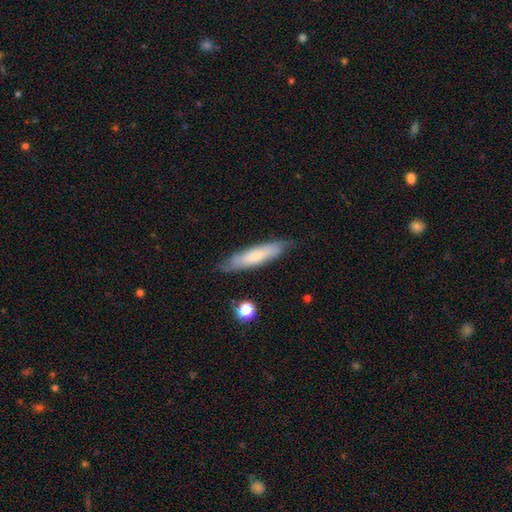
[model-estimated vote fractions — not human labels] A smooth galaxy with no disk features (62%) that is cigar-shaped (75%).

Vote fractions:
- Smooth or featured? smooth: 62% / featured or disk: 32% / star or artifact: 6%
- How rounded? cigar-shaped: 75% / in between: 23% / round: 1%
- Merging? none: 78% / minor disturbance: 17% / major disturbance: 3% / merger: 2%